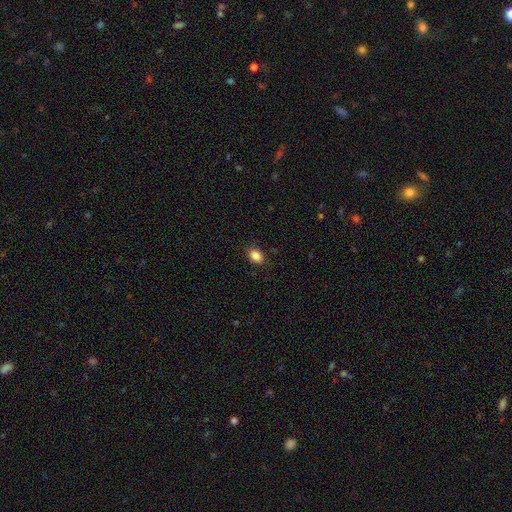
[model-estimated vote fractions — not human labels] This is clearly a smooth galaxy (86%). How rounded: likely in between (73%). Merging: clearly none (85%).